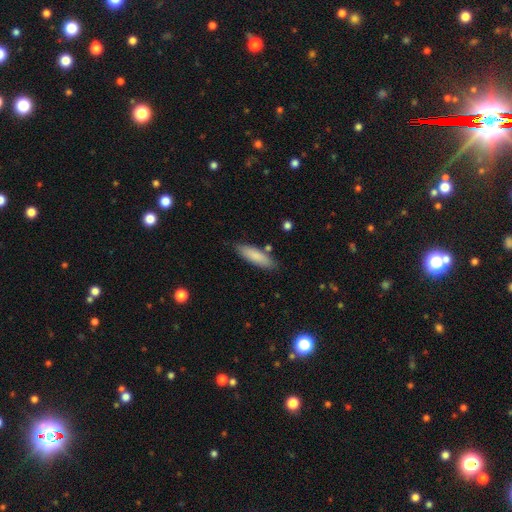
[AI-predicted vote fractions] Morphology: type=smooth (84%); roundness=cigar-shaped (55%); merging=none (81%).